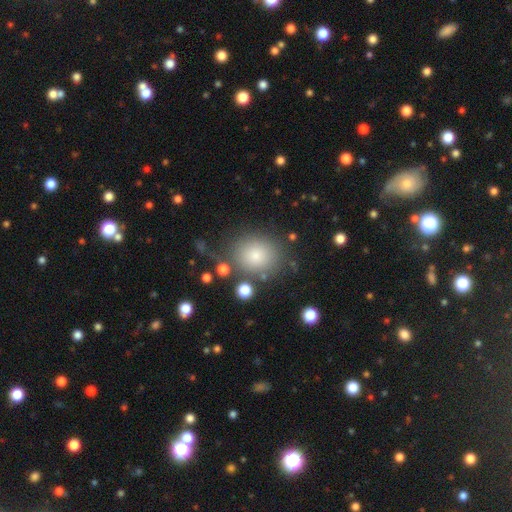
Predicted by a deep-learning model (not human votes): Smooth or featured? smooth (77%)
How rounded? round (73%)
Merging? none (75%)